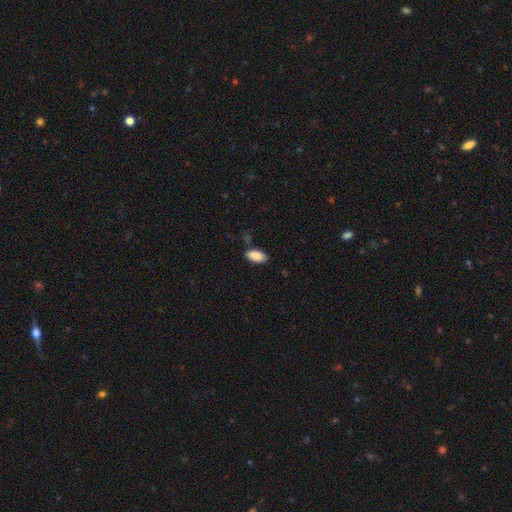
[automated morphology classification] Smooth or featured? smooth (89%)
How rounded? in between (92%)
Merging? none (77%)